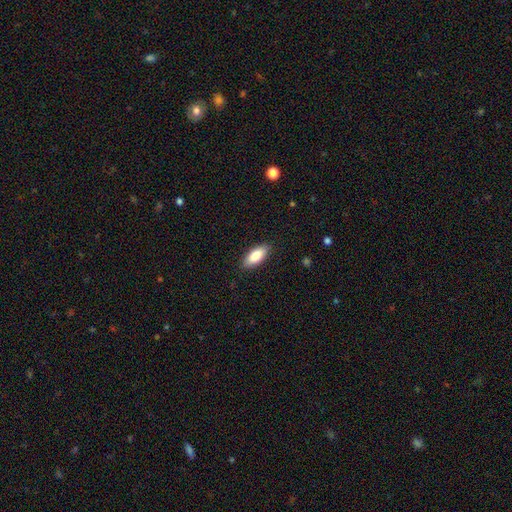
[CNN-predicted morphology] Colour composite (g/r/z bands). It shows a smooth galaxy with no disk features (85%) that is in between round and cigar-shaped (84%). Merging: none (88%).